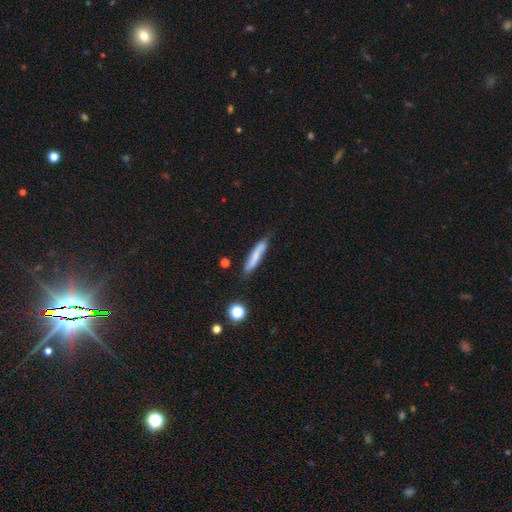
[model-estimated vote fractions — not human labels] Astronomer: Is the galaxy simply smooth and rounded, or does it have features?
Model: smooth — 68%.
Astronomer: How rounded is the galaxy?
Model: cigar-shaped — 87%.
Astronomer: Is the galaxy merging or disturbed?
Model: none — 73%.